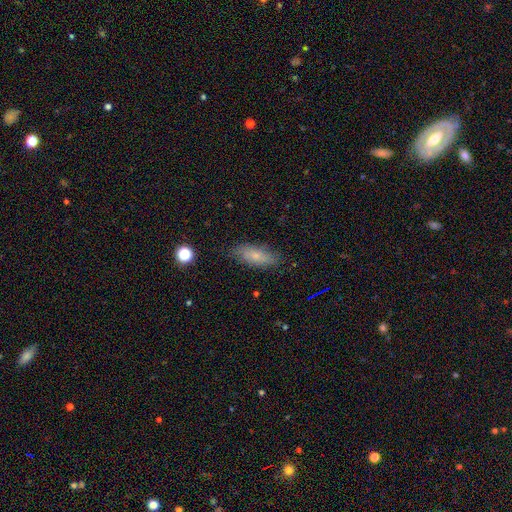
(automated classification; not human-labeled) Smooth or featured? smooth (68%)
How rounded? in between (71%)
Merging? none (80%)